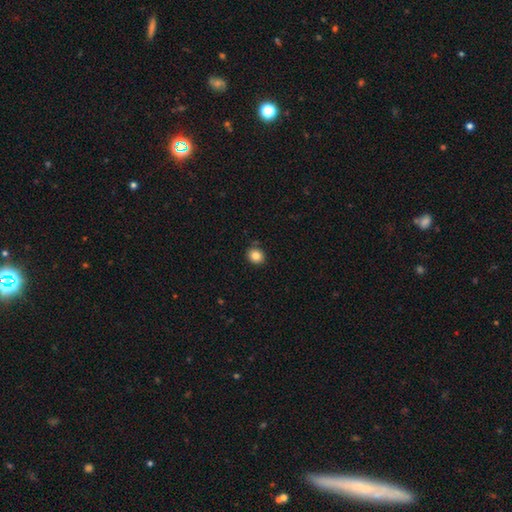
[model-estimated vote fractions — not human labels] A smooth galaxy with no disk features (84%) that is round (74%).

Vote fractions:
- Smooth or featured? smooth: 84% / star or artifact: 10% / featured or disk: 6%
- How rounded? round: 74% / in between: 25% / cigar-shaped: 1%
- Merging? none: 87% / minor disturbance: 9% / merger: 2% / major disturbance: 2%